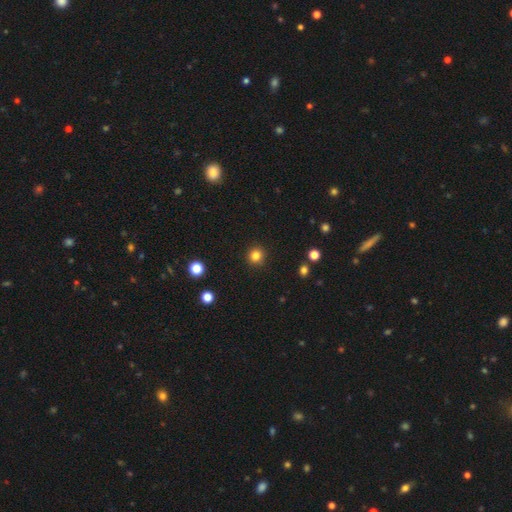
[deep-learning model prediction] smooth-or-featured: smooth: 83% | star or artifact: 13% | featured or disk: 4%
  how-rounded: round: 94% | in between: 5% | cigar-shaped: 1%
  merging: none: 92% | minor disturbance: 5% | major disturbance: 2% | merger: 1%